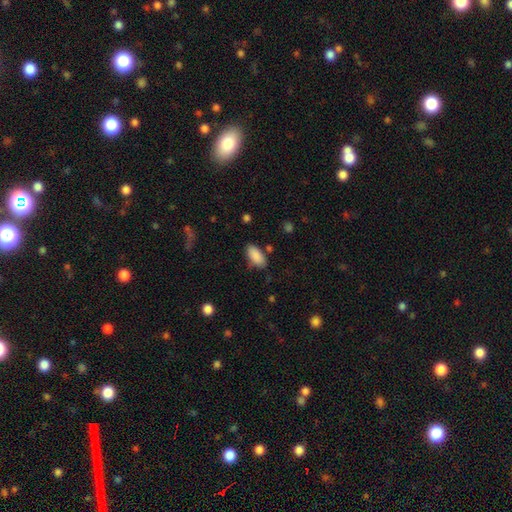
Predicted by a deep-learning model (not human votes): Smooth or featured: smooth — 89% (star or artifact — 7%)
How rounded: in between — 92% (cigar-shaped — 6%)
Merging: none — 80% (minor disturbance — 14%)